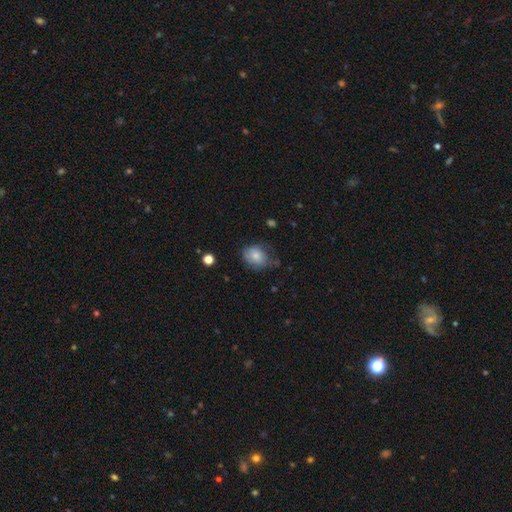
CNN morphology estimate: Smooth or featured? smooth (74%)
How rounded? in between (57%)
Merging? none (50%)